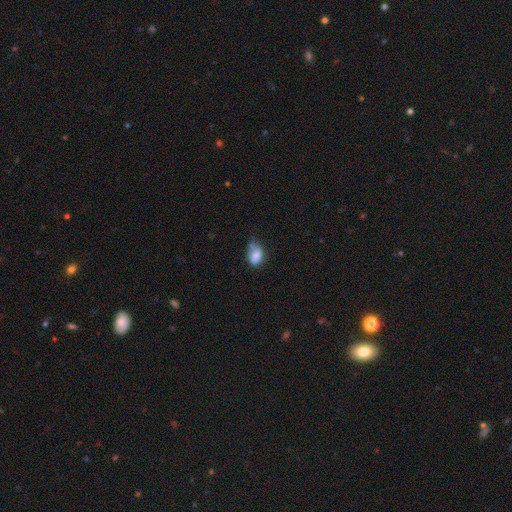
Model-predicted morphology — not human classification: smooth 74%, featured or disk 17%, star or artifact 9%. Down the decision tree: how rounded — in between (80%); merging — minor disturbance (39%).